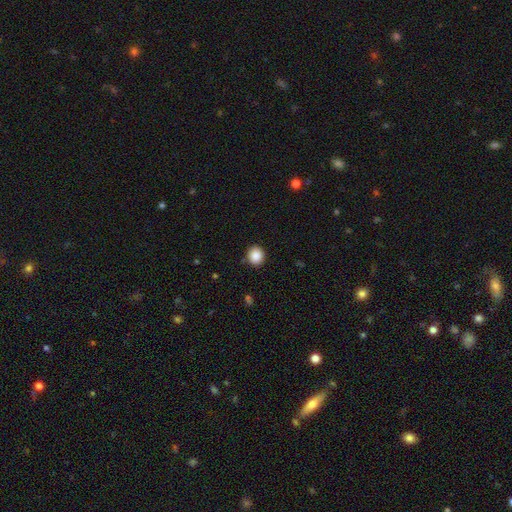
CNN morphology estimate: This is clearly a smooth galaxy (88%). How rounded: likely round (79%). Merging: clearly none (88%).